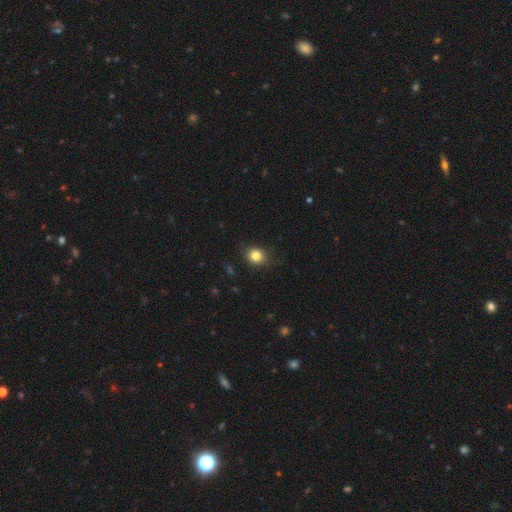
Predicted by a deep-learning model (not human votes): smooth 83%, star or artifact 11%, featured or disk 6%. Down the decision tree: how rounded — round (68%); merging — none (82%).